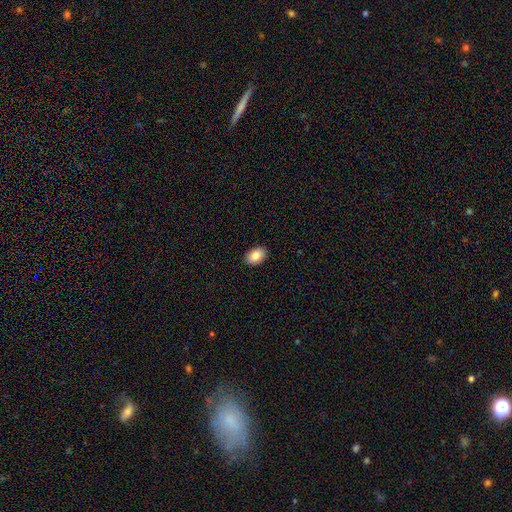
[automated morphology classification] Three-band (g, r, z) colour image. It shows a smooth galaxy with no disk features (85%) that is in between round and cigar-shaped (84%). Merging: none (90%).